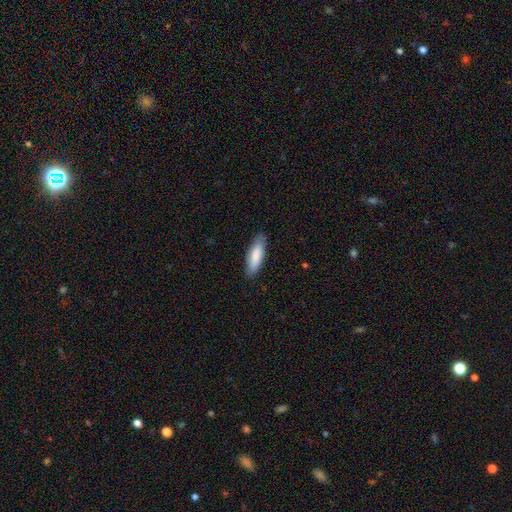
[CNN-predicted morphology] Smooth or featured? smooth (83%)
How rounded? in between (54%)
Merging? none (84%)